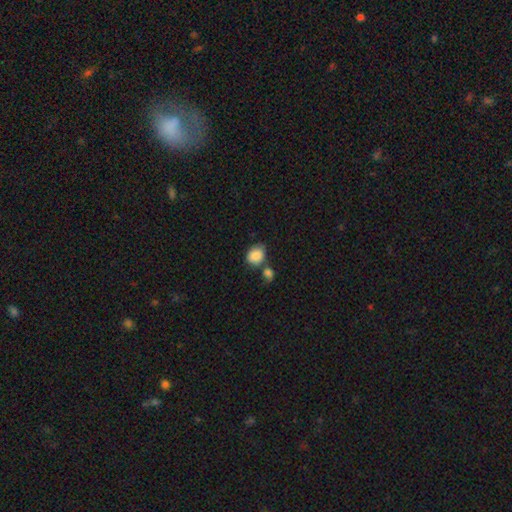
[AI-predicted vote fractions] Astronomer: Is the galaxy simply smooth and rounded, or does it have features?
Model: smooth — 86%.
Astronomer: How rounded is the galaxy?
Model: in between — 52% (runner-up: round, 47%).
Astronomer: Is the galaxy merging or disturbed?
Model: none — 48% (runner-up: merger, 27%).